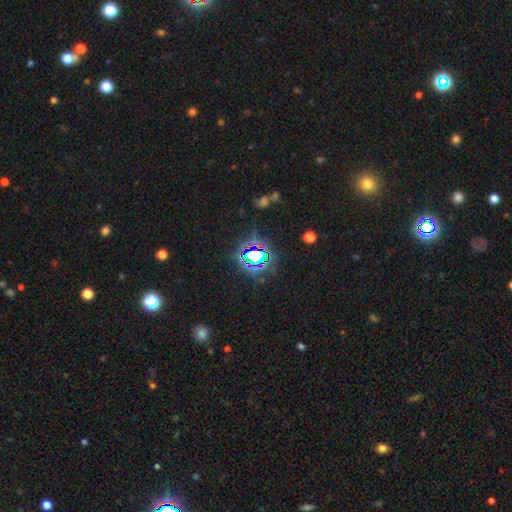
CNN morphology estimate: Smooth or featured: star or artifact — 74% (smooth — 15%)